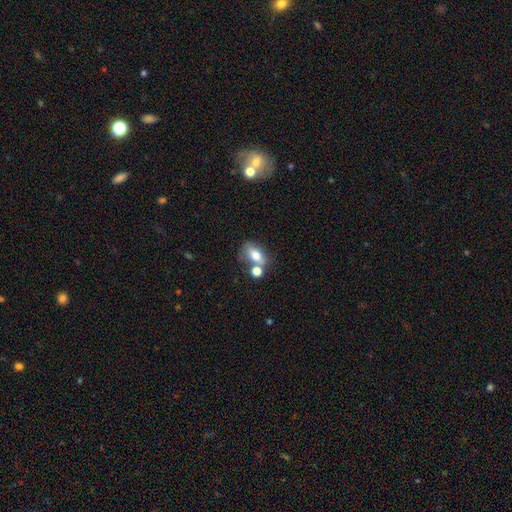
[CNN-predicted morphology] smooth-or-featured: smooth: 74% | featured or disk: 17% | star or artifact: 10%
  how-rounded: in between: 80% | round: 17% | cigar-shaped: 3%
  merging: none: 45% | merger: 33% | minor disturbance: 15% | major disturbance: 7%